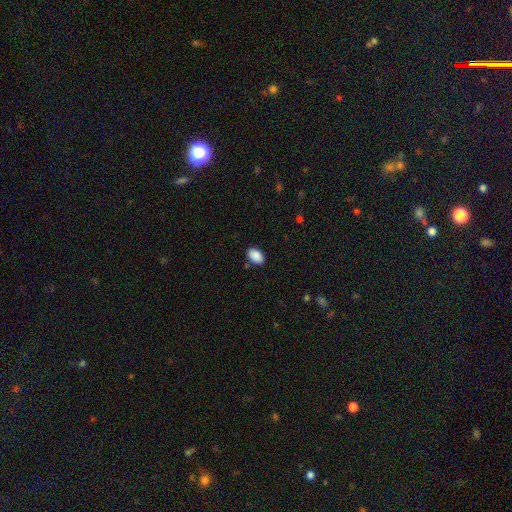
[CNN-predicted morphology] This is clearly a smooth galaxy (89%). How rounded: clearly in between (90%). Merging: clearly none (85%).